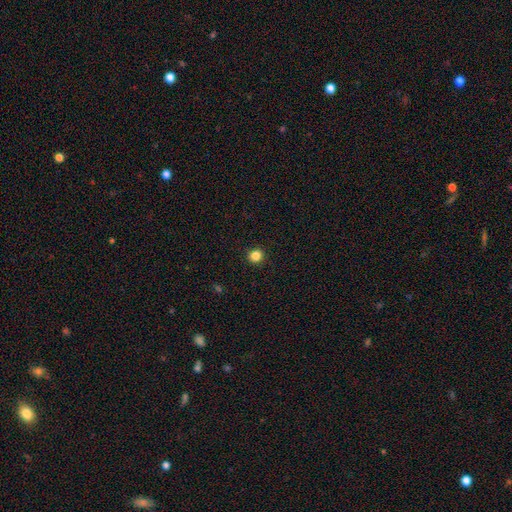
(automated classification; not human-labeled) A smooth galaxy with no disk features (85%) that is round (92%).

Vote fractions:
- Smooth or featured? smooth: 85% / star or artifact: 12% / featured or disk: 4%
- How rounded? round: 92% / in between: 7% / cigar-shaped: 1%
- Merging? none: 93% / minor disturbance: 5% / major disturbance: 2% / merger: 1%